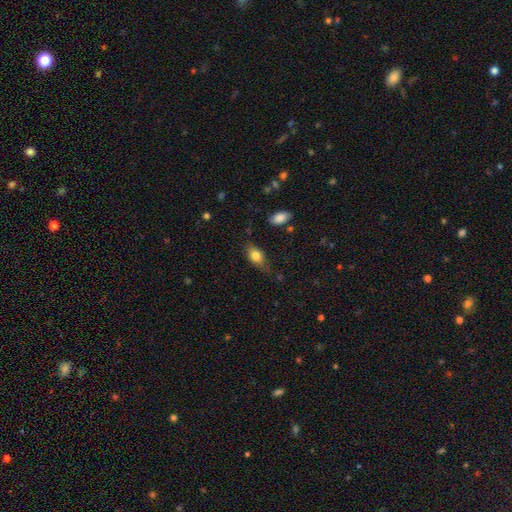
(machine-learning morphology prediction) Smooth or featured: smooth — 78% (featured or disk — 14%)
How rounded: in between — 84% (round — 10%)
Merging: none — 64% (minor disturbance — 27%)